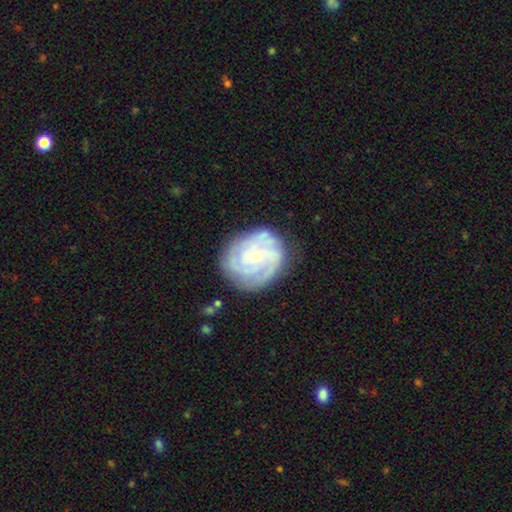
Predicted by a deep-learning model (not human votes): This is clearly a featured or disk galaxy (82%). It is clearly not viewed edge-on (98%). Bar: likely no (72%). Spiral arm pattern: clearly yes (95%). Spiral arm count: marginally 3 (27%, tied with can't tell). Spiral winding: likely tight (71%). Central bulge: likely small (78%). Merging: likely none (77%).